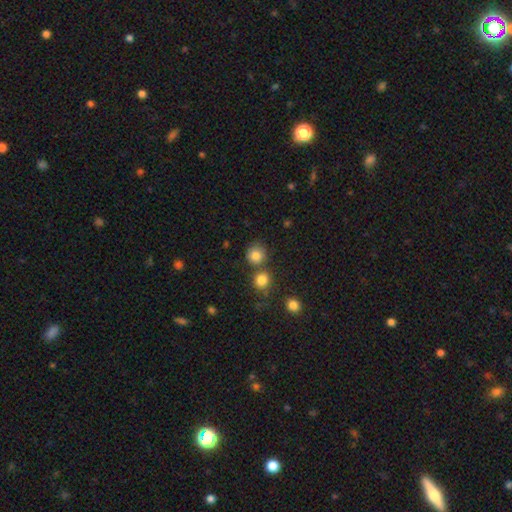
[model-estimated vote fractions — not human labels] This is clearly a smooth galaxy (82%). How rounded: clearly round (89%). Merging: likely none (67%).